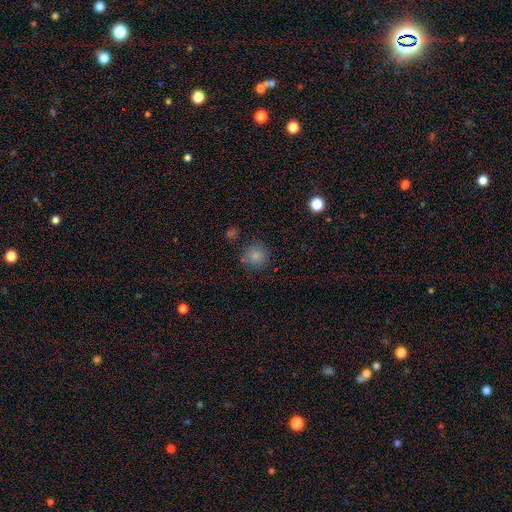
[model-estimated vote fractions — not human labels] The model was most divided on "merging": none: 77%, minor disturbance: 13%, merger: 6%, major disturbance: 4%. More confident: how rounded — round (92%); smooth or featured — smooth (81%).